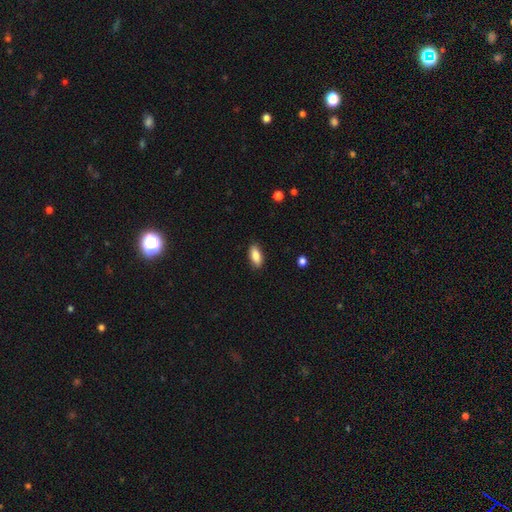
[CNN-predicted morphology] Smooth or featured? Predicted: smooth (p=0.85). How rounded? Predicted: in between (p=0.85). Merging? Predicted: none (p=0.88).